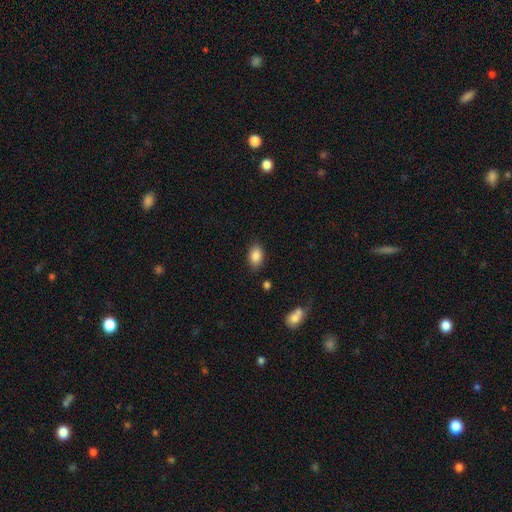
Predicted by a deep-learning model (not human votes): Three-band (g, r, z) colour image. It shows a smooth galaxy with no disk features (87%) that is in between round and cigar-shaped (86%). Merging: none (84%).